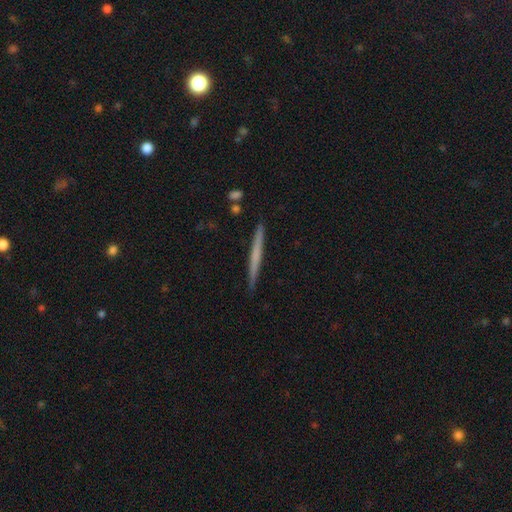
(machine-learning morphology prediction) Smooth or featured?
  - smooth: 50% *
  - featured or disk: 45%
  - star or artifact: 5%
Merging?
  - none: 91% *
  - minor disturbance: 6%
  - merger: 1%
  - major disturbance: 1%